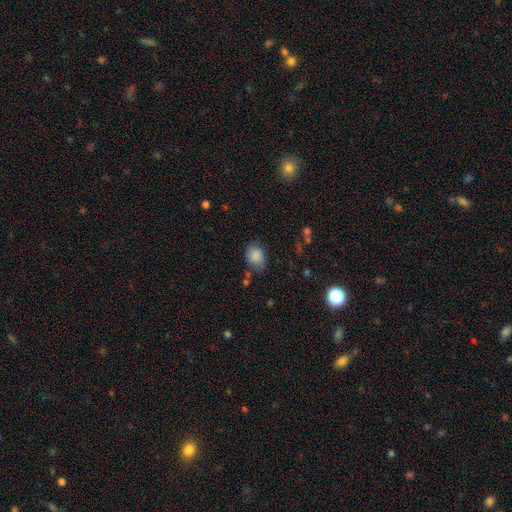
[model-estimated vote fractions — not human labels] This is clearly a smooth galaxy (86%). How rounded: likely in between (63%). Merging: likely none (67%).